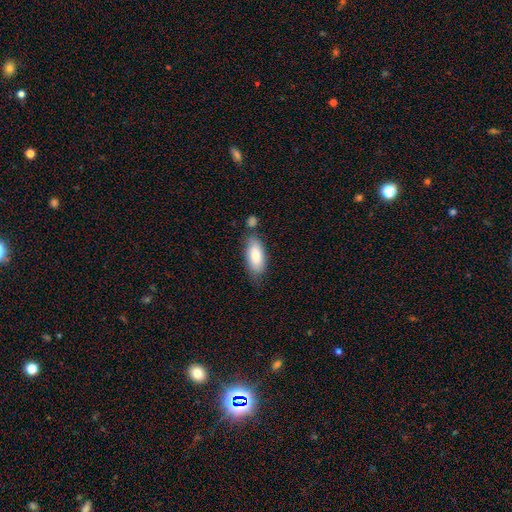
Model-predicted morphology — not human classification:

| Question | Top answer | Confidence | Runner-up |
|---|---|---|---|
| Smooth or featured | smooth | 81% | featured or disk (13%) |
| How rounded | in between | 84% | cigar-shaped (14%) |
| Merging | none | 64% | minor disturbance (20%) |